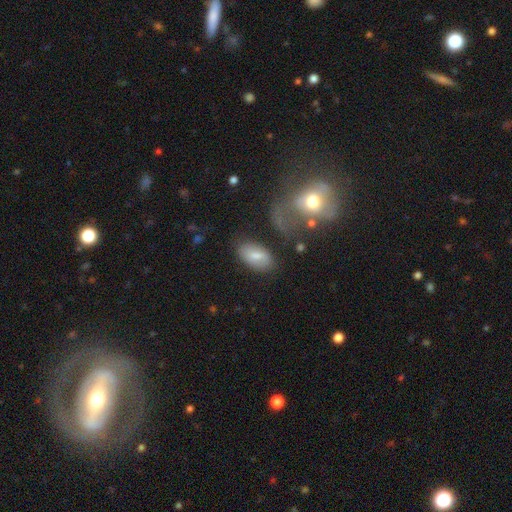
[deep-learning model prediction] smooth 73%, featured or disk 20%, star or artifact 7%. Down the decision tree: how rounded — in between (93%); merging — none (73%).